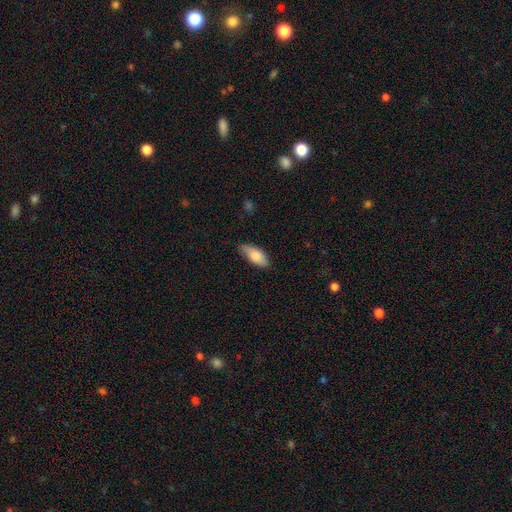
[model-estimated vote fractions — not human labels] This appears to be a smooth galaxy with no disk features (84%) that is in between round and cigar-shaped (86%). Merging: none (67%).